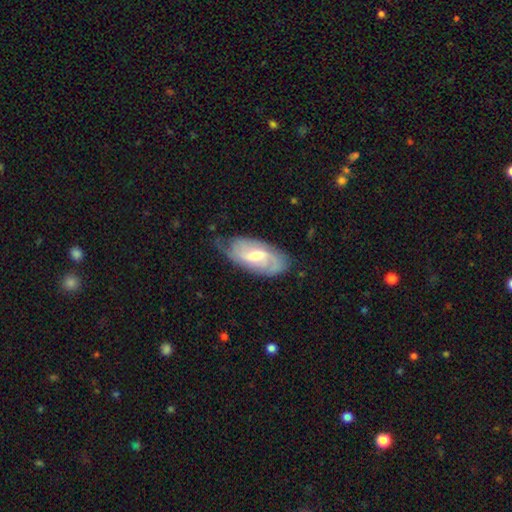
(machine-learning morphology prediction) Smooth or featured? Predicted: featured or disk (p=0.70). Edge-on disk? Predicted: no (p=0.93). Bar? Predicted: weak (p=0.57). Spiral arms? Predicted: yes (p=0.89). Spiral winding? Predicted: medium (p=0.43). Spiral arm count? Predicted: 2 (p=0.57). Bulge size? Predicted: moderate (p=0.59). Merging? Predicted: none (p=0.65).